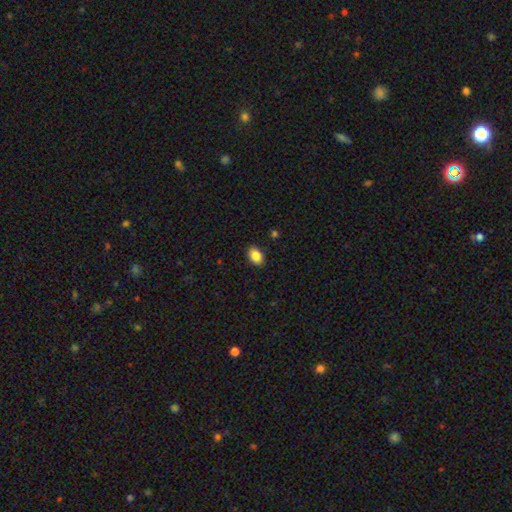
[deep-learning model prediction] Smooth or featured: smooth — 86% (star or artifact — 8%)
How rounded: in between — 82% (round — 17%)
Merging: none — 89% (minor disturbance — 8%)